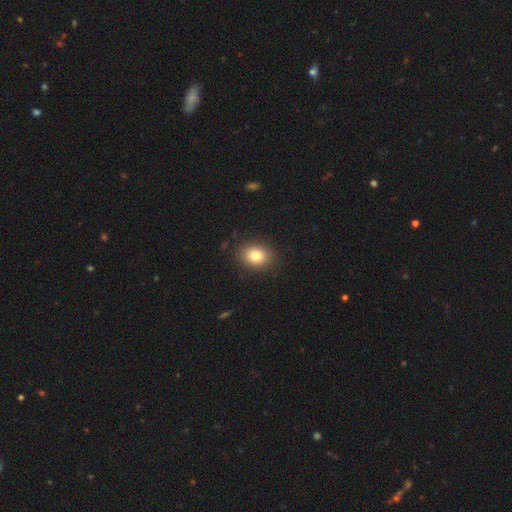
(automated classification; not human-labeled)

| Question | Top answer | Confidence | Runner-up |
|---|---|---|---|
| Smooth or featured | smooth | 82% | star or artifact (10%) |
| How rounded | in between | 53% | round (46%) |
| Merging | none | 88% | minor disturbance (8%) |